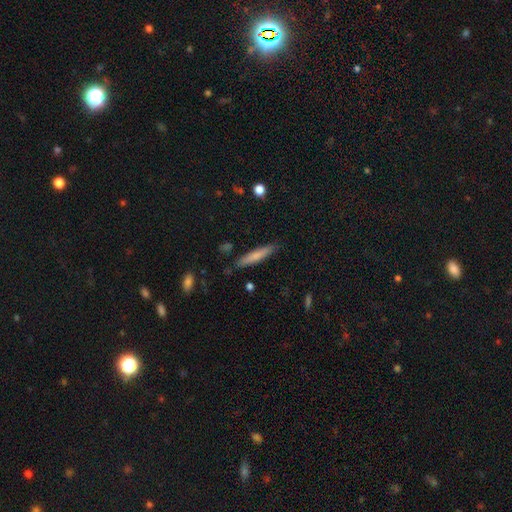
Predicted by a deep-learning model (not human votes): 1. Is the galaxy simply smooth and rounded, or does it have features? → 71% smooth, 22% featured or disk, 6% star or artifact.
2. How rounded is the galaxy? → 91% cigar-shaped, 7% in between, 1% round.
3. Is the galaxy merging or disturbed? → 86% none, 10% minor disturbance, 2% major disturbance, 2% merger.